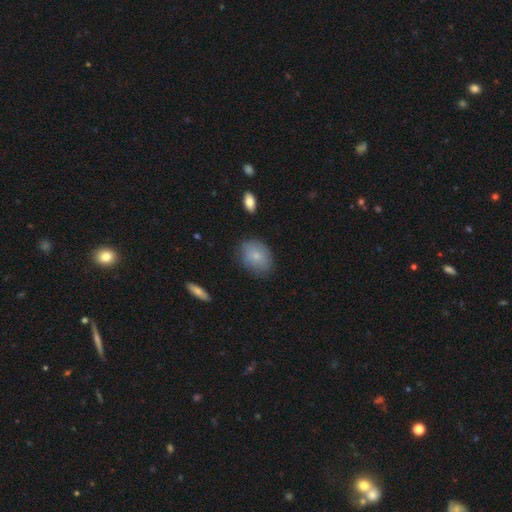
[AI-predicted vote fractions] smooth-or-featured: smooth: 76% | featured or disk: 16% | star or artifact: 8%
  how-rounded: in between: 69% | round: 30% | cigar-shaped: 1%
  merging: none: 76% | minor disturbance: 19% | major disturbance: 4% | merger: 1%